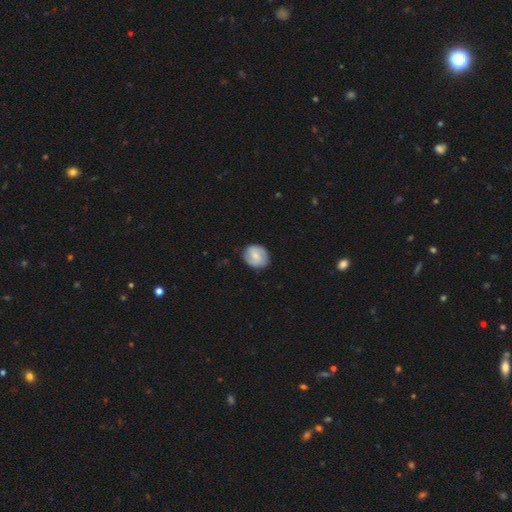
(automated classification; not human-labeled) The model was most divided on "smooth or featured": smooth: 49%, featured or disk: 45%, star or artifact: 6%. More confident: merging — none (82%).